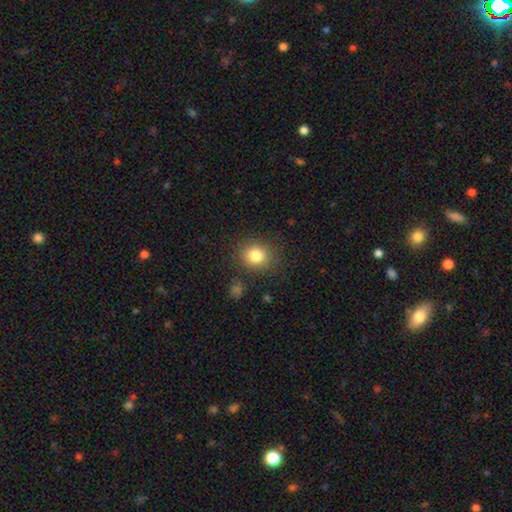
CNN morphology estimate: The model was most divided on "how rounded": round: 77%, in between: 22%, cigar-shaped: 1%. More confident: merging — none (83%); smooth or featured — smooth (82%).